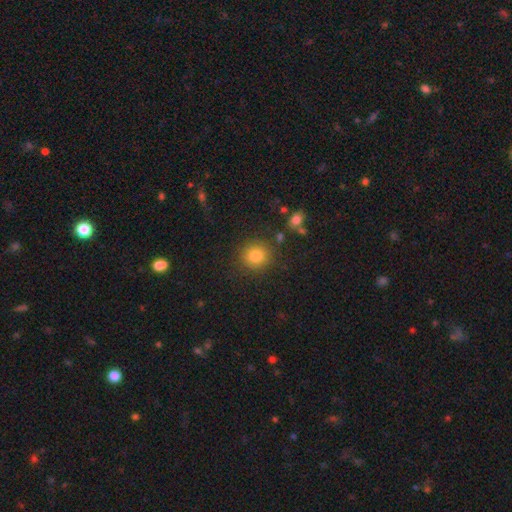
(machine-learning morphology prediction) Smooth or featured: smooth — 82% (star or artifact — 12%)
How rounded: round — 89% (in between — 10%)
Merging: none — 85% (minor disturbance — 8%)